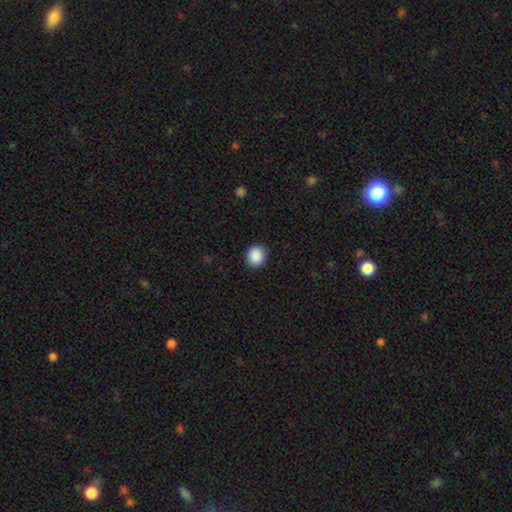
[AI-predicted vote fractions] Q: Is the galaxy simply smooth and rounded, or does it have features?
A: smooth — 89%.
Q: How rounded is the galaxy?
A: round — 78%.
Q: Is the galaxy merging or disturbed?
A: none — 90%.